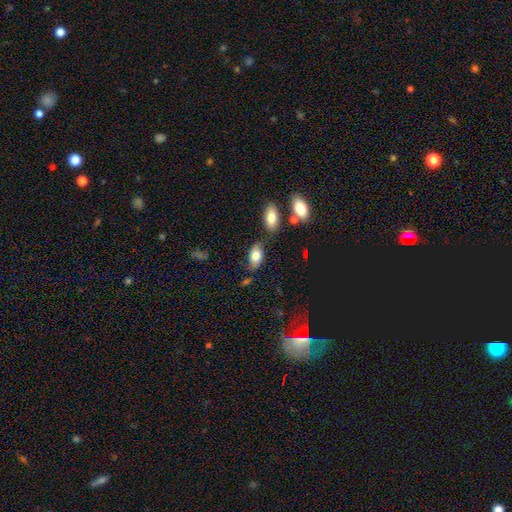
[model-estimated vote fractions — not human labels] Q: Smooth or featured?
A: smooth (78%); runner-up: featured or disk (15%)
Q: How rounded?
A: in between (92%); runner-up: round (6%)
Q: Merging?
A: none (68%); runner-up: minor disturbance (20%)